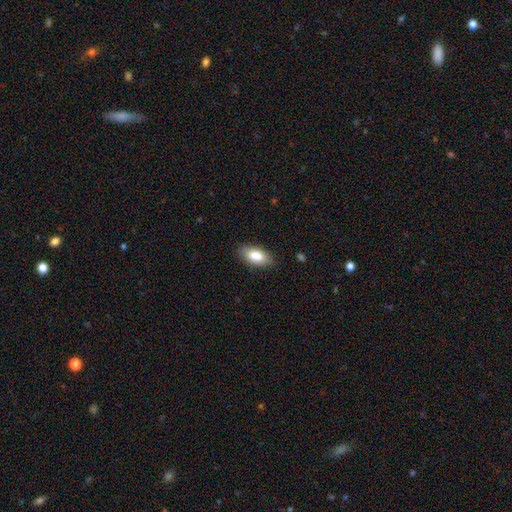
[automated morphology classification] smooth_or_featured: smooth (p=0.85) [alt: featured or disk p=0.09]
how_rounded: in between (p=0.92) [alt: cigar-shaped p=0.05]
merging: none (p=0.86) [alt: minor disturbance p=0.11]